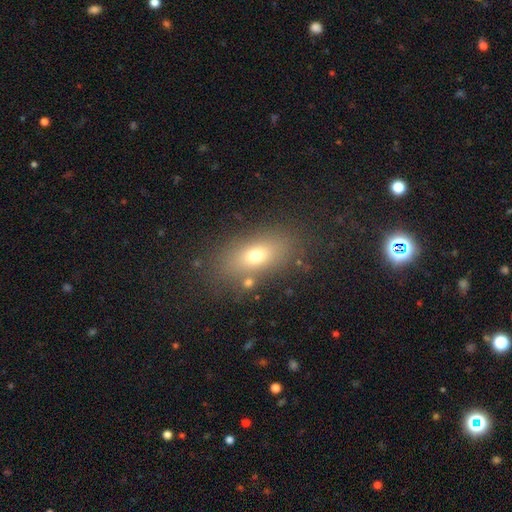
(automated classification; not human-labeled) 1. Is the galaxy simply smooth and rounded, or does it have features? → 69% smooth, 17% featured or disk, 14% star or artifact.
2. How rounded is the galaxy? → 79% in between, 15% round, 7% cigar-shaped.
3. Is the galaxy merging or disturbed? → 80% none, 11% minor disturbance, 5% major disturbance, 4% merger.